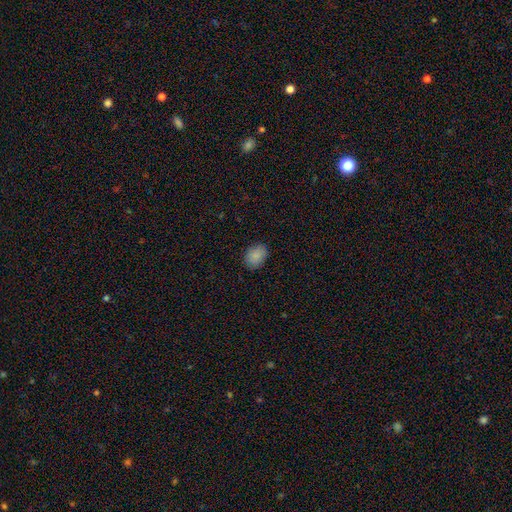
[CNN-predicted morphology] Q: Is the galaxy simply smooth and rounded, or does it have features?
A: smooth — 87%.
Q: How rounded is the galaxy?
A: in between — 67%.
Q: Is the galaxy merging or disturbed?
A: none — 86%.